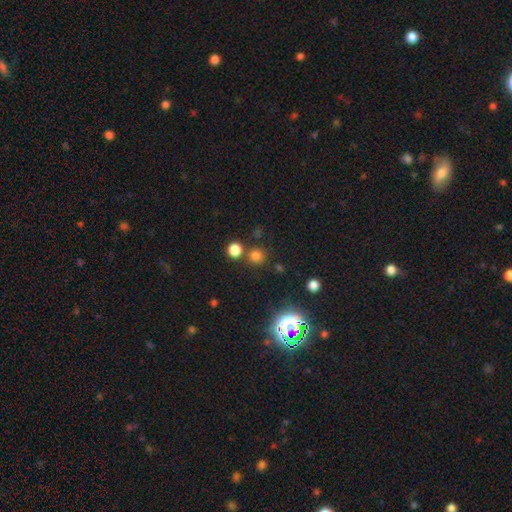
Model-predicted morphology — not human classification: smooth 74%, star or artifact 20%, featured or disk 6%. Down the decision tree: how rounded — round (91%); merging — none (76%).